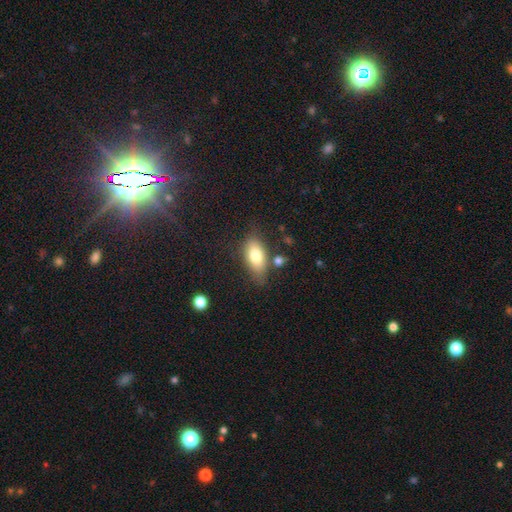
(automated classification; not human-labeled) Smooth or featured? Predicted: smooth (p=0.77). How rounded? Predicted: in between (p=0.88). Merging? Predicted: none (p=0.69).